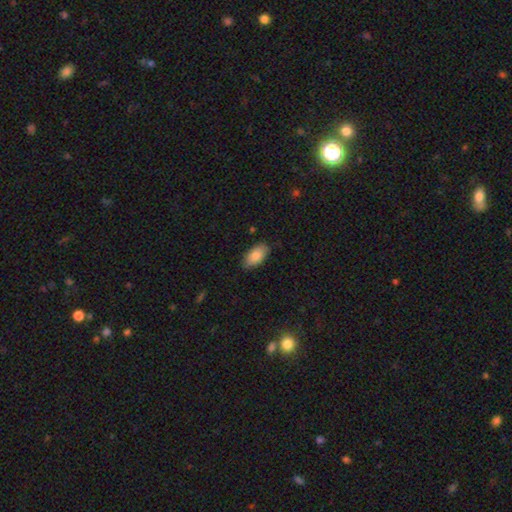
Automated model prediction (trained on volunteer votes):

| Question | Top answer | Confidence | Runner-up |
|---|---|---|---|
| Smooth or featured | smooth | 86% | featured or disk (8%) |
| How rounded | in between | 94% | cigar-shaped (4%) |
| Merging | none | 82% | minor disturbance (14%) |